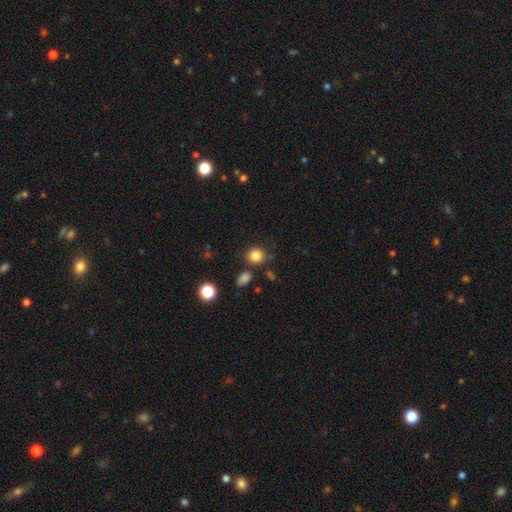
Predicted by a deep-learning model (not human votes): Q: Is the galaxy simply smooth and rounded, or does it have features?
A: smooth — 84%.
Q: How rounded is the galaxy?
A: round — 85%.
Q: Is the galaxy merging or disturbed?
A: none — 81%.